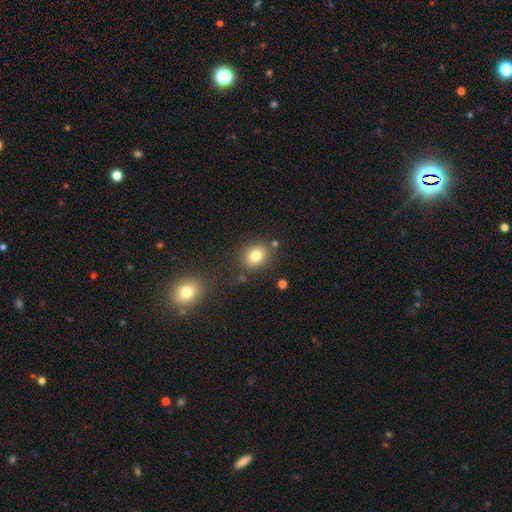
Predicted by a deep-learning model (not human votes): smooth-or-featured: smooth: 80% | star or artifact: 12% | featured or disk: 9%
  how-rounded: round: 55% | in between: 44% | cigar-shaped: 1%
  merging: none: 80% | minor disturbance: 11% | merger: 5% | major disturbance: 3%